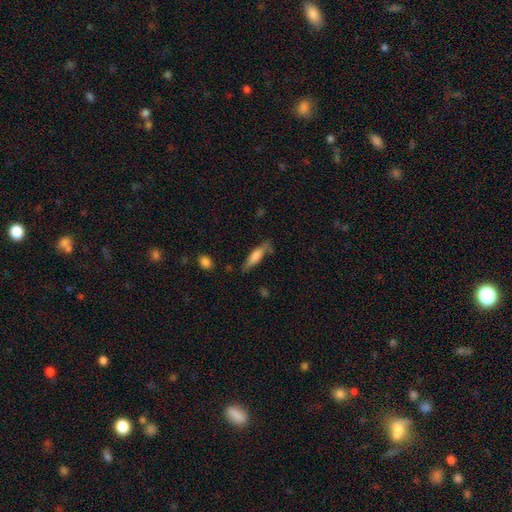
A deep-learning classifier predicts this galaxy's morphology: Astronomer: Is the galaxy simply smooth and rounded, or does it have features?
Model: smooth — 64%.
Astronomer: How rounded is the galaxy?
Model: cigar-shaped — 63%.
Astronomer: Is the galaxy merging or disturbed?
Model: none — 61%.